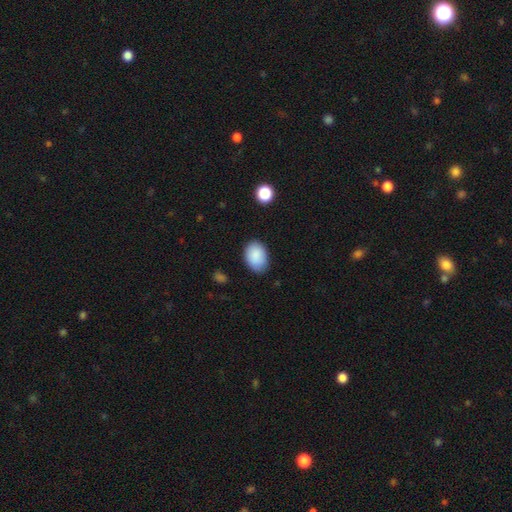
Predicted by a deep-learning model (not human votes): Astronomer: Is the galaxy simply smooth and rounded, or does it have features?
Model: smooth — 89%.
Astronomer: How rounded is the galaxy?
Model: in between — 84%.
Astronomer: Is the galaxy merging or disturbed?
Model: none — 82%.